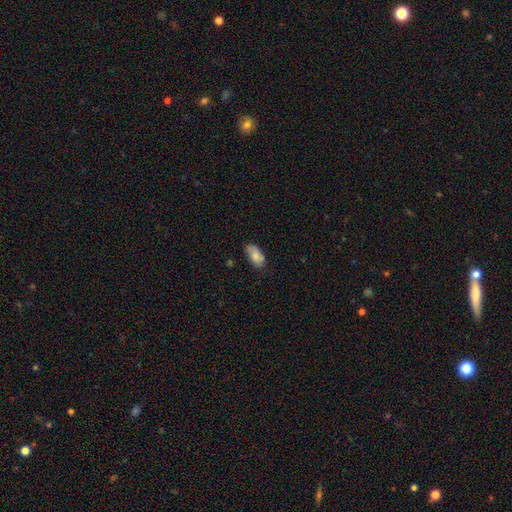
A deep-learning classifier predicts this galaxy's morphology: type=smooth (75%); roundness=in between (93%); merging=none (70%).